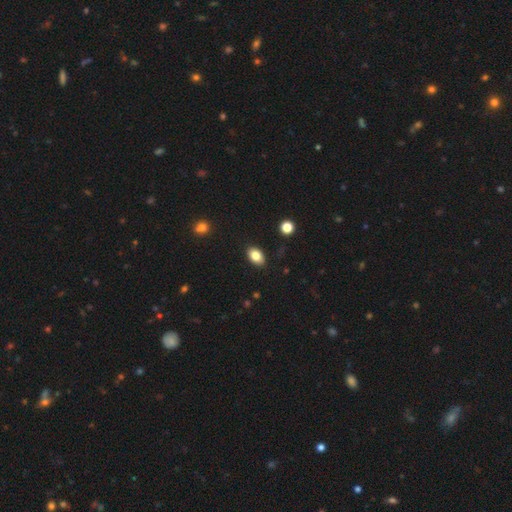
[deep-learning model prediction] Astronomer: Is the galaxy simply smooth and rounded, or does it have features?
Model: smooth — 83%.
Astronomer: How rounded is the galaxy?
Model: in between — 87%.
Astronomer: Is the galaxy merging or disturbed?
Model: none — 88%.